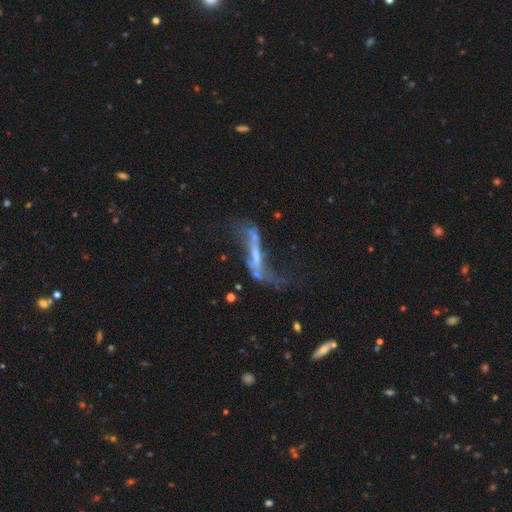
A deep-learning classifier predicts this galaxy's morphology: Smooth or featured? Predicted: featured or disk (p=0.71). Edge-on disk? Predicted: no (p=0.72). Bar? Predicted: strong (p=0.44). Spiral arms? Predicted: yes (p=0.59). Bulge size? Predicted: none (p=0.43). Merging? Predicted: major disturbance (p=0.36).